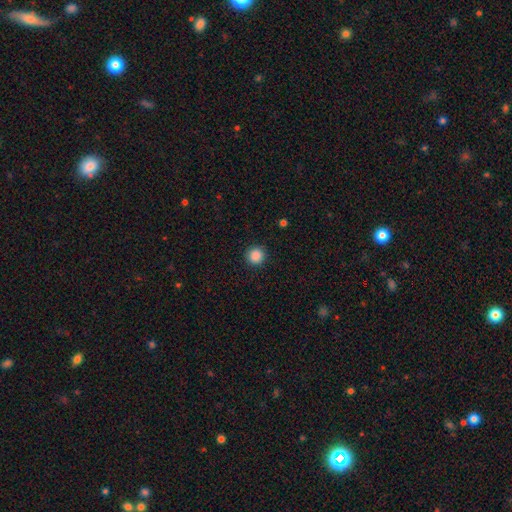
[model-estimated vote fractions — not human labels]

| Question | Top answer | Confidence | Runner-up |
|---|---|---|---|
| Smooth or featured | smooth | 88% | star or artifact (10%) |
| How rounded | round | 95% | in between (4%) |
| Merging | none | 91% | minor disturbance (5%) |